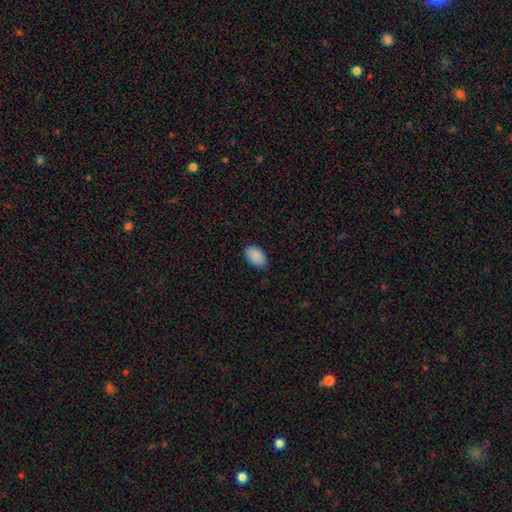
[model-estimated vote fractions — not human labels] Q: Smooth or featured?
A: smooth (90%); runner-up: star or artifact (7%)
Q: How rounded?
A: in between (93%); runner-up: round (6%)
Q: Merging?
A: none (78%); runner-up: minor disturbance (19%)